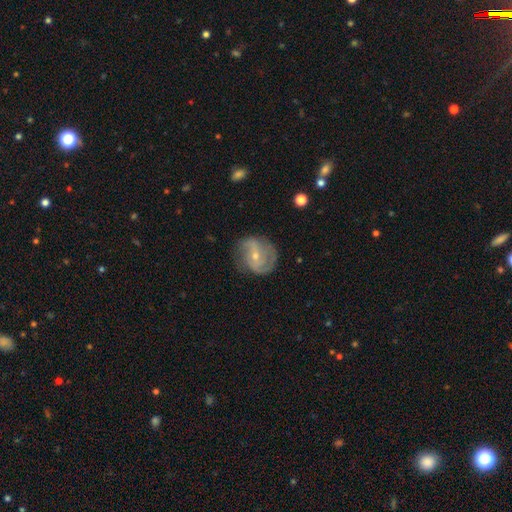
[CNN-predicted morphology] featured or disk 75%, smooth 18%, star or artifact 6%. Down the decision tree: edge-on disk — no (97%); bar — weak (44%); spiral arms — yes (87%); spiral arm count — 2 (62%); spiral winding — medium (43%); bulge size — small (60%); merging — none (67%).